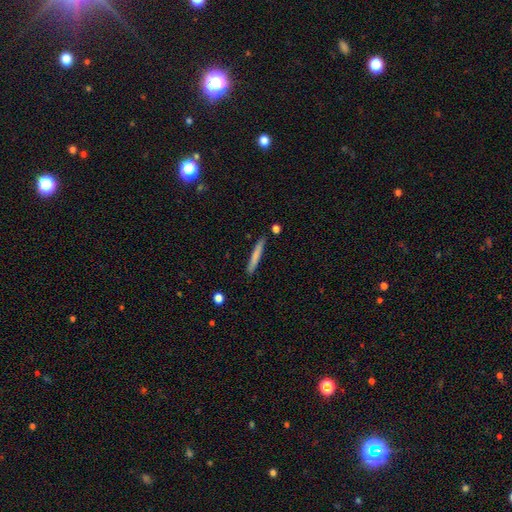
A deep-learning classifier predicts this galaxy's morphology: type=smooth (72%); roundness=cigar-shaped (96%); merging=none (88%).